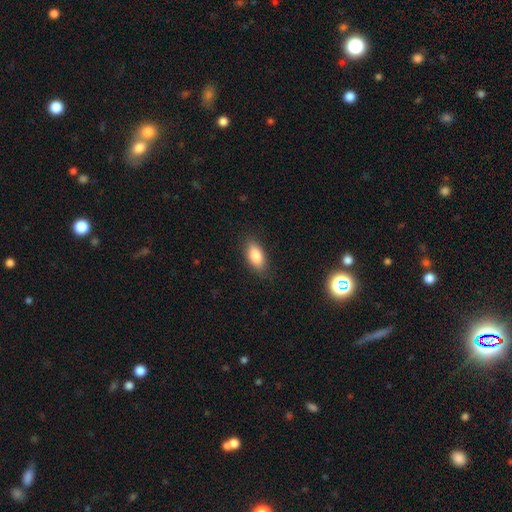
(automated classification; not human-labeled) smooth 85%, featured or disk 8%, star or artifact 7%. Down the decision tree: how rounded — in between (89%); merging — none (85%).